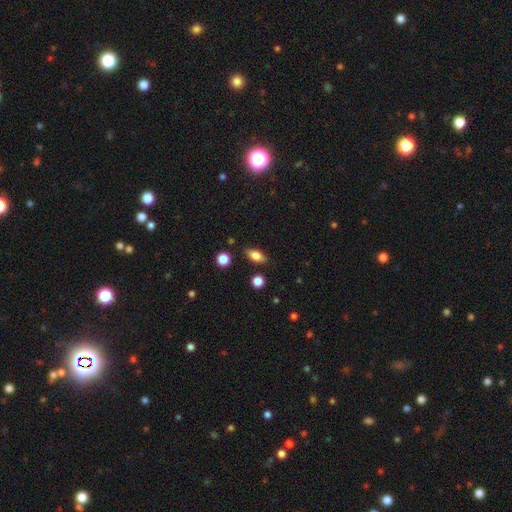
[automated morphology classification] The model was most divided on "smooth or featured": smooth: 79%, featured or disk: 12%, star or artifact: 9%. More confident: merging — none (83%); how rounded — in between (82%).